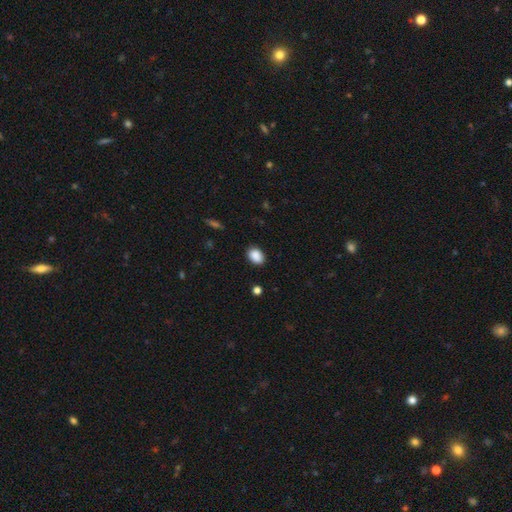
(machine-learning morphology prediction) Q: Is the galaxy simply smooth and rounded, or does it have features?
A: smooth — 89%.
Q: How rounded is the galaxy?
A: in between — 77%.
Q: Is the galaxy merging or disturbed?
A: none — 86%.